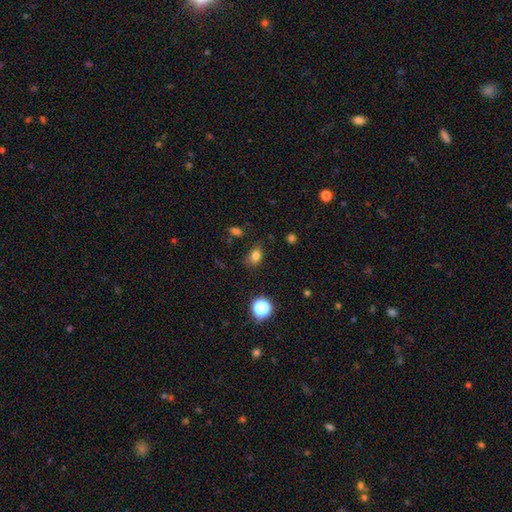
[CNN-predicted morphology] smooth_or_featured: smooth (p=0.79) [alt: star or artifact p=0.15]
how_rounded: in between (p=0.68) [alt: round p=0.31]
merging: none (p=0.69) [alt: minor disturbance p=0.22]